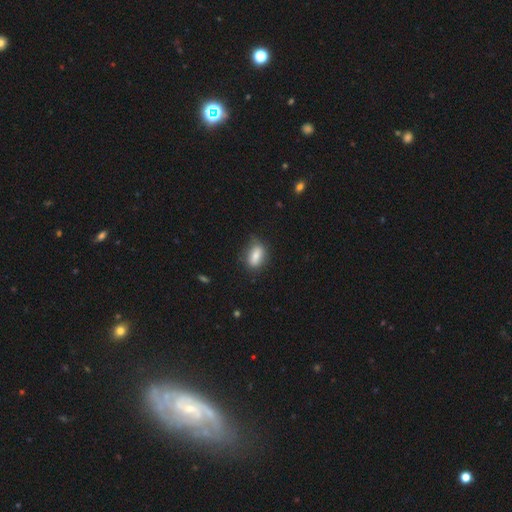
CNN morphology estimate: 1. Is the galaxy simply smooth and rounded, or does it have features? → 78% smooth, 15% featured or disk, 8% star or artifact.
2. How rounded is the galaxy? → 81% in between, 11% cigar-shaped, 8% round.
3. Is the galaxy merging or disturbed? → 71% none, 22% minor disturbance, 6% major disturbance, 2% merger.